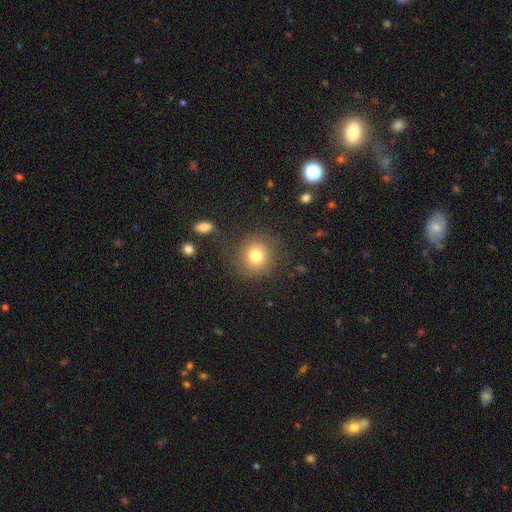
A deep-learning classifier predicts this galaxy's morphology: Smooth or featured: smooth — 78% (star or artifact — 12%)
How rounded: round — 87% (in between — 12%)
Merging: none — 83% (minor disturbance — 10%)